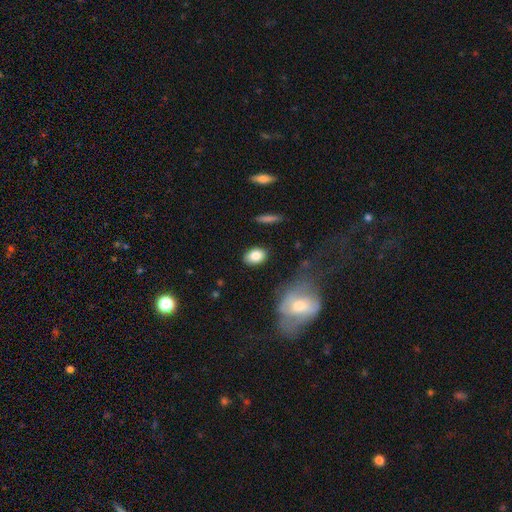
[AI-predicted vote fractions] A smooth galaxy with no disk features (84%) that is in between round and cigar-shaped (84%). Merging: none (84%).